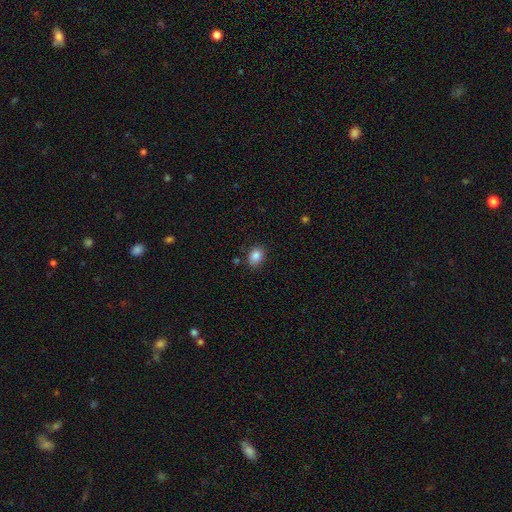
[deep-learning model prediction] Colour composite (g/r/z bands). It shows a smooth galaxy with no disk features (86%) that is in between round and cigar-shaped (62%). Merging: none (81%).